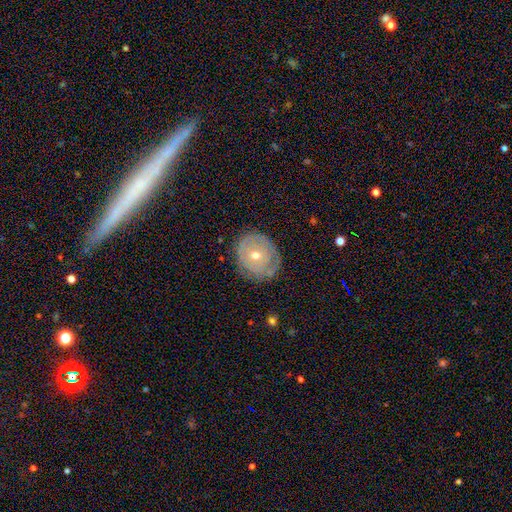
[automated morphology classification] This is possibly a featured or disk galaxy (58%). It is clearly not viewed edge-on (96%). Bar: clearly no (85%). Spiral arm pattern: possibly yes (52%). Central bulge: possibly moderate (49%). Merging: likely none (74%).